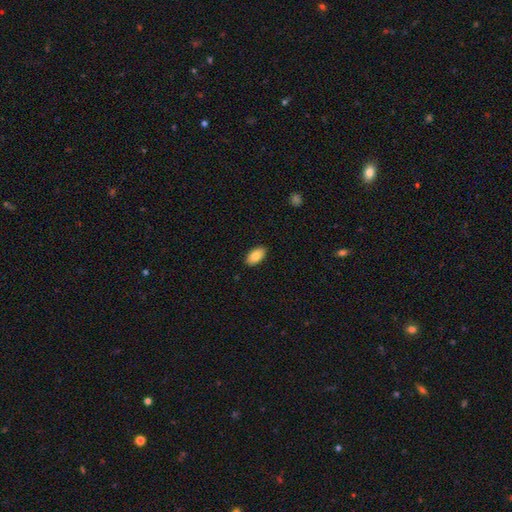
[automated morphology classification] The model was most divided on "smooth or featured": smooth: 85%, featured or disk: 9%, star or artifact: 7%. More confident: how rounded — in between (94%); merging — none (89%).